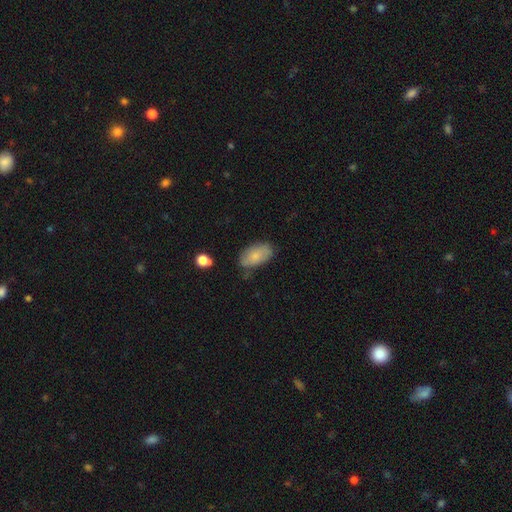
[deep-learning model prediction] This is likely a smooth galaxy (76%). How rounded: clearly in between (94%). Merging: likely none (67%).